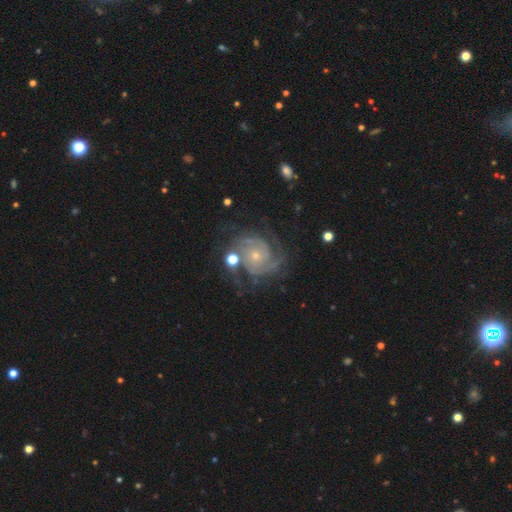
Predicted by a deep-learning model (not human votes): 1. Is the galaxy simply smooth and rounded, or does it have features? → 89% featured or disk, 6% star or artifact, 5% smooth.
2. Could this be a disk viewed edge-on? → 98% no, 2% yes.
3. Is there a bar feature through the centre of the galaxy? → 78% no, 17% weak, 4% strong.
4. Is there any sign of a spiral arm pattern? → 98% yes, 2% no.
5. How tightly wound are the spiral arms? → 65% tight, 30% medium, 5% loose.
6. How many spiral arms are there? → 36% 2, 31% 3, 14% can't tell, 8% 4, 5% 1, 5% more than 4.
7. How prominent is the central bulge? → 71% small, 25% moderate, 2% none, 1% large, 1% dominant.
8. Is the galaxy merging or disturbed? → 67% none, 17% minor disturbance, 10% major disturbance, 6% merger.